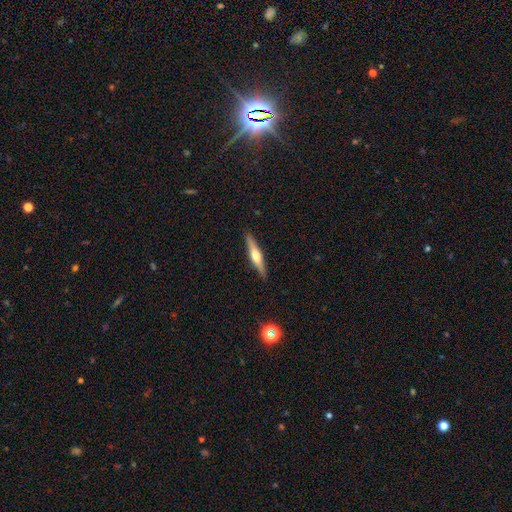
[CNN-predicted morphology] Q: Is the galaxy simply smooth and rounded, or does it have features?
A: featured or disk — 60%.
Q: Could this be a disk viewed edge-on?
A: yes — 97%.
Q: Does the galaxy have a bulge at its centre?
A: rounded — 86%.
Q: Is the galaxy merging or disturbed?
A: none — 89%.